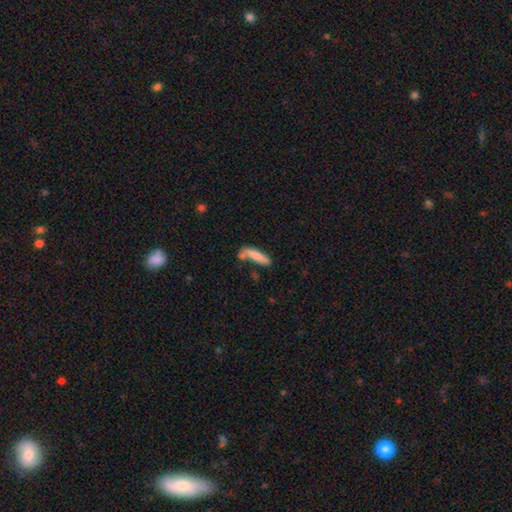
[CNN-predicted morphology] Smooth or featured? smooth (80%)
How rounded? cigar-shaped (75%)
Merging? none (53%)